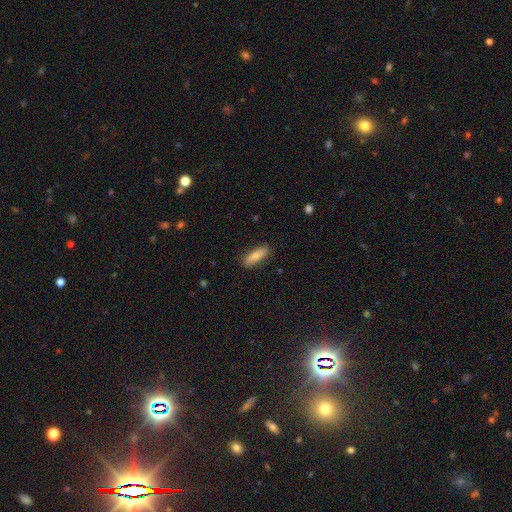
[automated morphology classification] Overall: smooth (77%). How rounded: in between (50%; cigar-shaped 48%). Merging: none (86%).